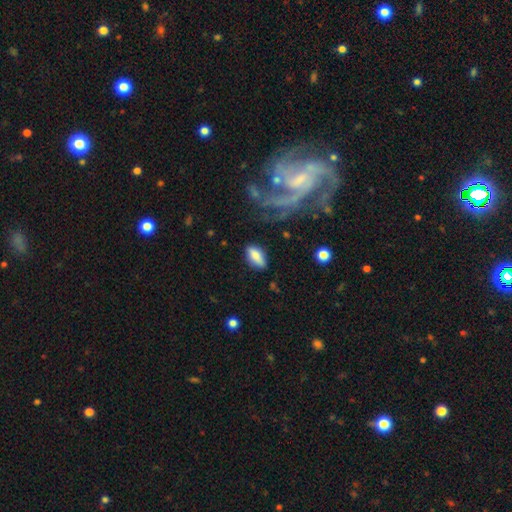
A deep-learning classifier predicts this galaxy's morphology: This appears to be a smooth galaxy with no disk features (79%) that is in between round and cigar-shaped (82%). Merging: none (79%).